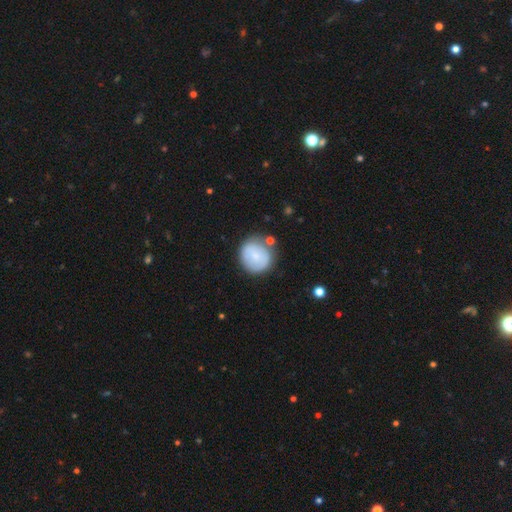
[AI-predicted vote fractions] Smooth or featured?
  - smooth: 70% *
  - featured or disk: 23%
  - star or artifact: 7%
How rounded?
  - round: 88% *
  - in between: 11%
  - cigar-shaped: 1%
Merging?
  - none: 70% *
  - minor disturbance: 18%
  - merger: 6%
  - major disturbance: 6%